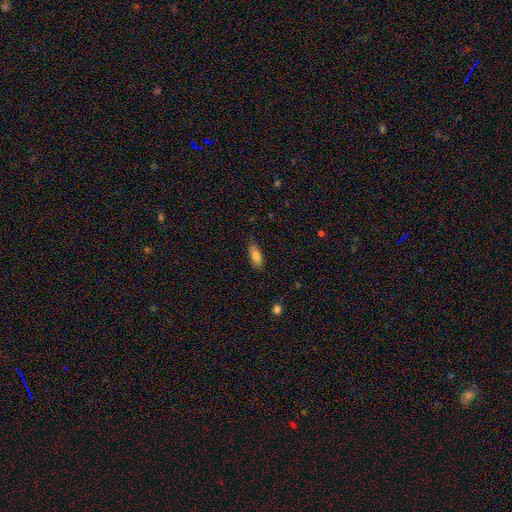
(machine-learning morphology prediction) This is clearly a smooth galaxy (80%). How rounded: likely in between (75%). Merging: clearly none (80%).